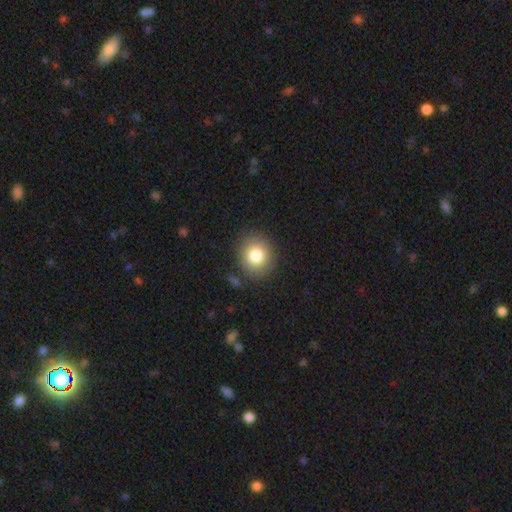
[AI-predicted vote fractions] A smooth galaxy with no disk features (81%) that is round (80%). Merging: none (85%).